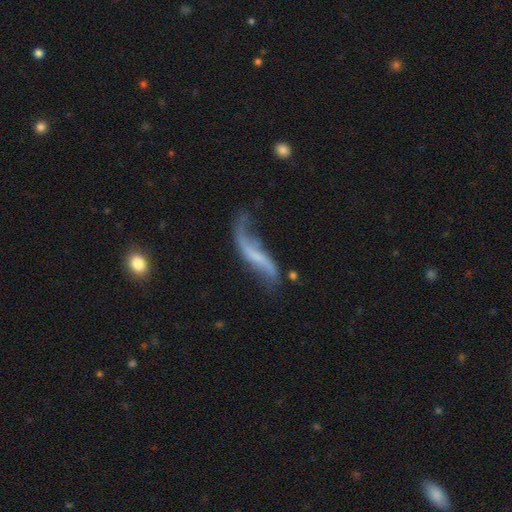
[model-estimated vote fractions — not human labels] Smooth or featured: featured or disk — 78% (smooth — 14%)
Edge-on disk: no — 85% (yes — 15%)
Bar: no — 40% (weak — 34%)
Spiral arms: yes — 88% (no — 12%)
Spiral winding: loose — 94% (medium — 4%)
Spiral arm count: 2 — 87% (1 — 8%)
Bulge size: none — 58% (small — 30%)
Merging: none — 46% (minor disturbance — 24%)